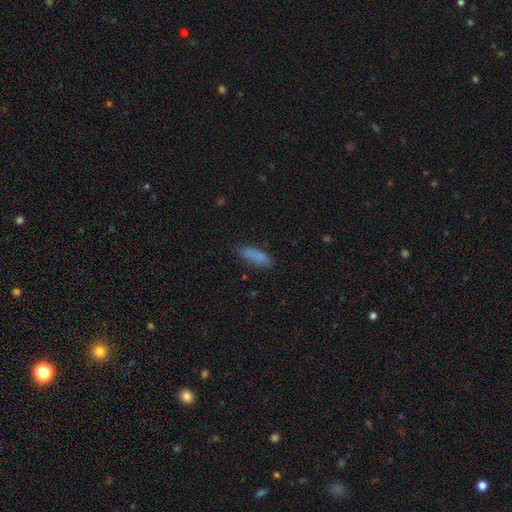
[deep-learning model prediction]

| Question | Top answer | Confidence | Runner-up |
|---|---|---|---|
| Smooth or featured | smooth | 81% | featured or disk (11%) |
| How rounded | in between | 54% | cigar-shaped (44%) |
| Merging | none | 74% | minor disturbance (18%) |